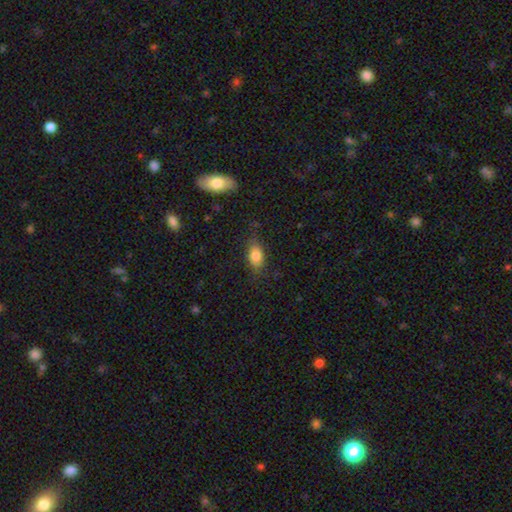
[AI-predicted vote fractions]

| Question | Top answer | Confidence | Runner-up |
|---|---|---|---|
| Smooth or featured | smooth | 81% | featured or disk (10%) |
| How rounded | in between | 86% | round (9%) |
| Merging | none | 77% | minor disturbance (17%) |